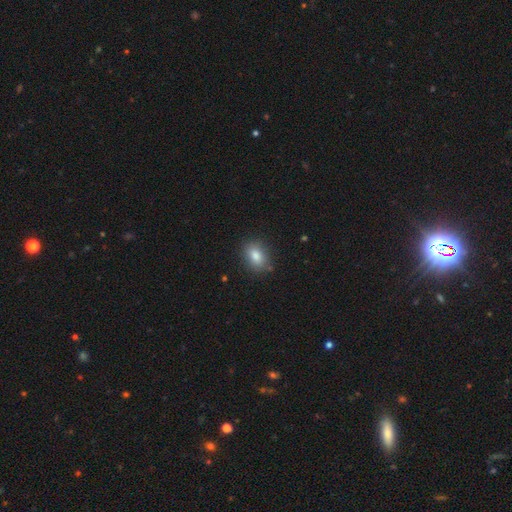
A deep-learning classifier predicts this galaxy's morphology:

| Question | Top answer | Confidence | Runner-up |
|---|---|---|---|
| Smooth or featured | smooth | 83% | star or artifact (9%) |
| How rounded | in between | 71% | round (27%) |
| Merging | none | 84% | minor disturbance (12%) |